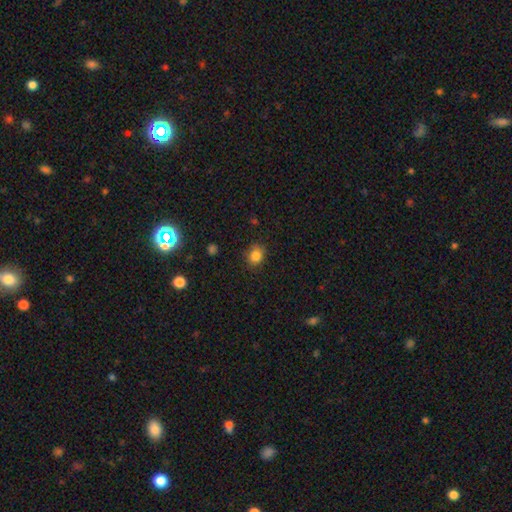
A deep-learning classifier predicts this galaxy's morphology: Overall: smooth (84%). How rounded: round (67%; in between 32%). Merging: none (82%).